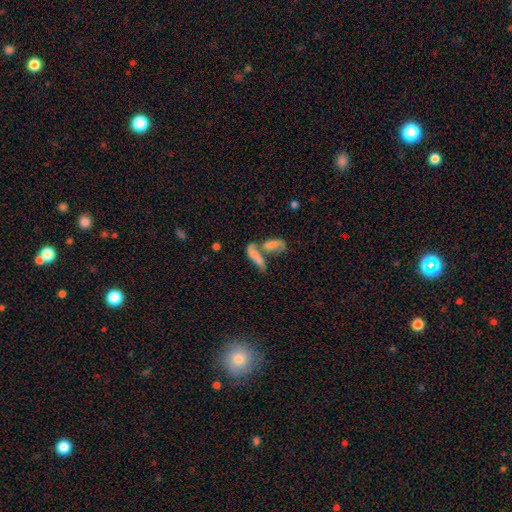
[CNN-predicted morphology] smooth-or-featured: smooth: 65% | featured or disk: 25% | star or artifact: 10%
  how-rounded: in between: 52% | cigar-shaped: 44% | round: 3%
  merging: merger: 61% | none: 23% | minor disturbance: 9% | major disturbance: 7%